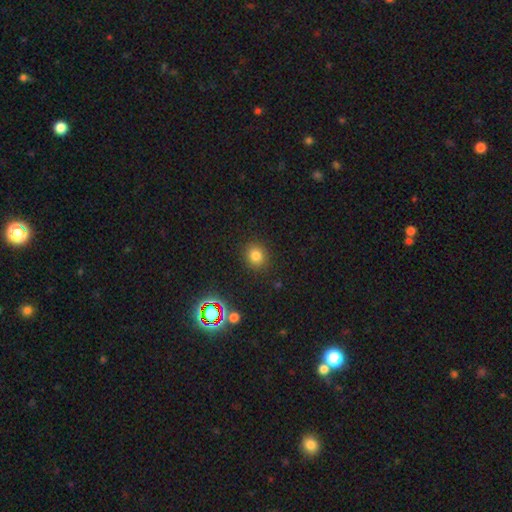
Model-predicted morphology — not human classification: Smooth or featured: smooth — 77% (star or artifact — 17%)
How rounded: round — 84% (in between — 15%)
Merging: none — 88% (minor disturbance — 7%)